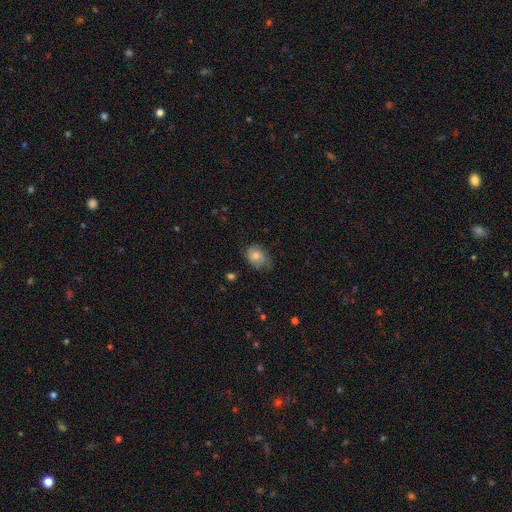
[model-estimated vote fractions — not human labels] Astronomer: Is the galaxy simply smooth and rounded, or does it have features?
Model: smooth — 61%.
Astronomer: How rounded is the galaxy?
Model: in between — 55% (runner-up: round, 44%).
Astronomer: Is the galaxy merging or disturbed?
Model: none — 57%.